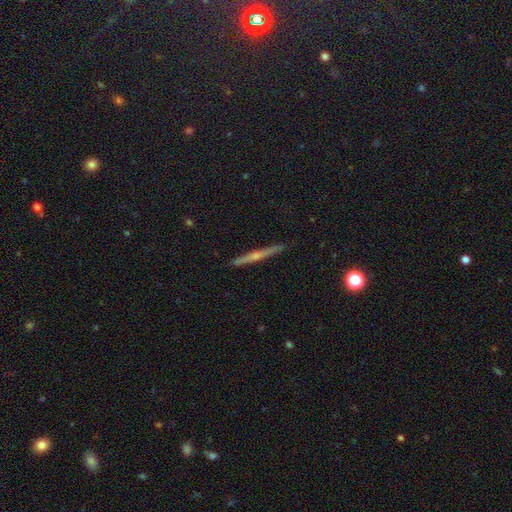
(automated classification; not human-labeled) Smooth or featured?
  - featured or disk: 68% *
  - smooth: 25%
  - star or artifact: 7%
Edge-on disk?
  - yes: 98% *
  - no: 2%
Edge-on bulge?
  - rounded: 70% *
  - none: 26%
  - boxy: 5%
Merging?
  - none: 91% *
  - minor disturbance: 7%
  - major disturbance: 1%
  - merger: 1%